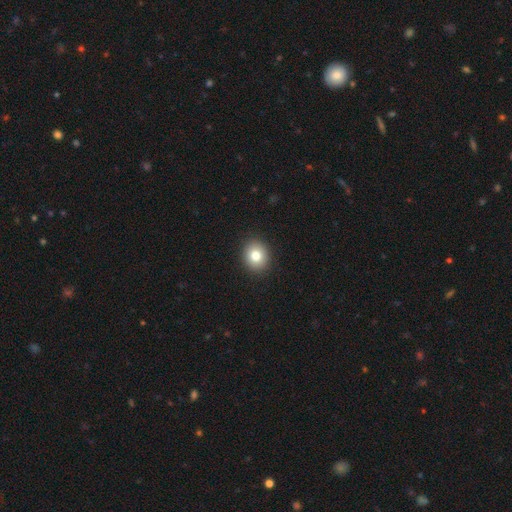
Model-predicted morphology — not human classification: A smooth galaxy with no disk features (81%) that is round (69%). Merging: none (91%).